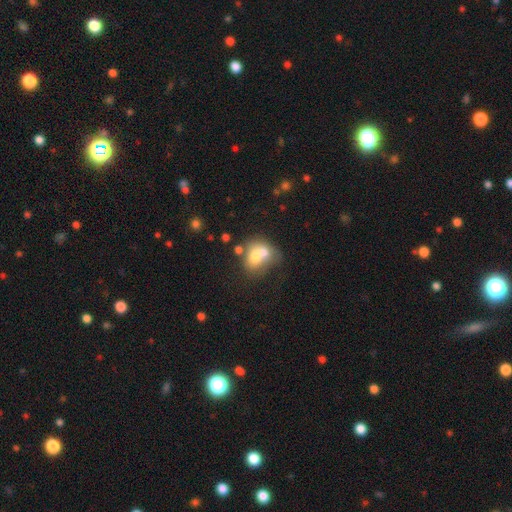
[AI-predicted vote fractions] Smooth or featured? Predicted: smooth (p=0.63). How rounded? Predicted: in between (p=0.51). Merging? Predicted: merger (p=0.66).